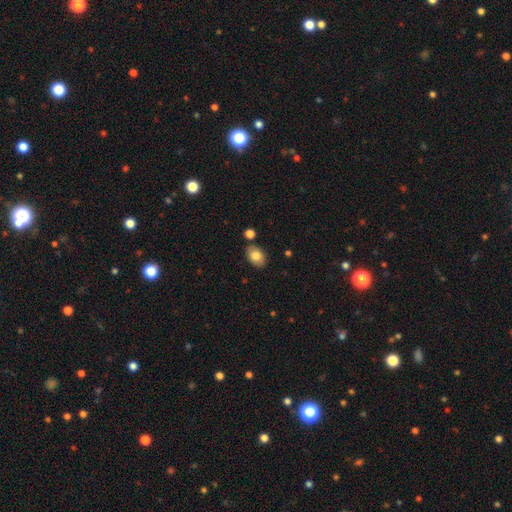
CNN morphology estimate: The model was most divided on "smooth or featured": smooth: 81%, featured or disk: 11%, star or artifact: 8%. More confident: how rounded — in between (85%); merging — none (81%).